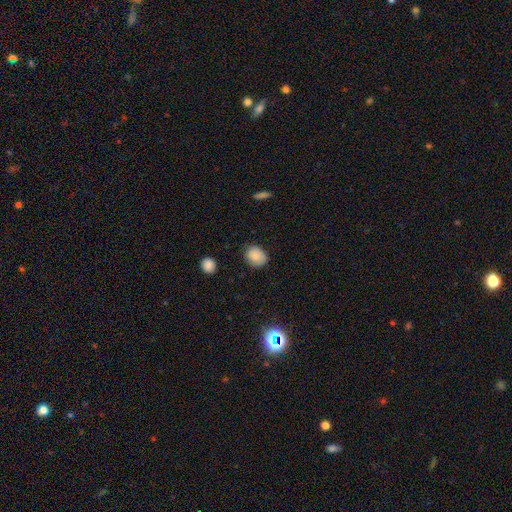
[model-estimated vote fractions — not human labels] A smooth galaxy with no disk features (84%) that is round (58%). Merging: none (78%).